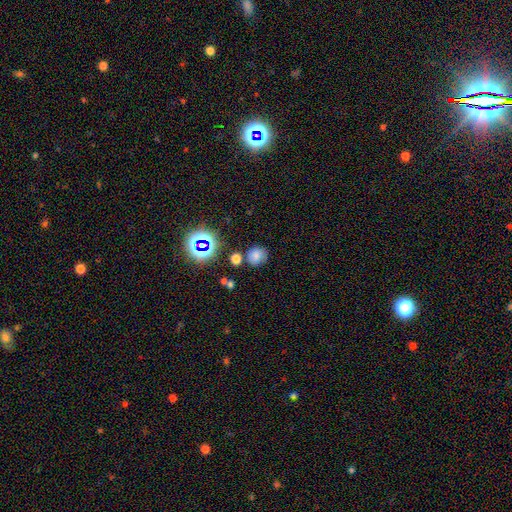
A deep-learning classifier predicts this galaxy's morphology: Smooth or featured? Predicted: smooth (p=0.70). How rounded? Predicted: round (p=0.82). Merging? Predicted: none (p=0.76).